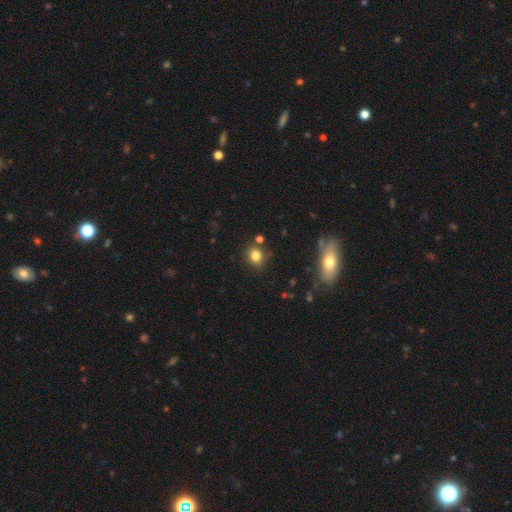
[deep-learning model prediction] A smooth galaxy with no disk features (81%) that is round (74%). Merging: none (79%).